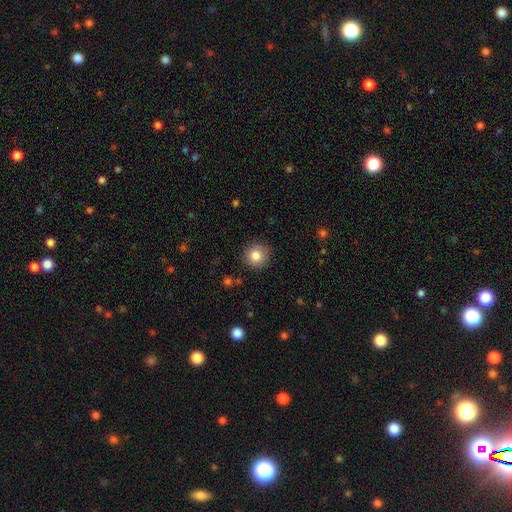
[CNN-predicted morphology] type=smooth (83%); roundness=round (94%); merging=none (89%).